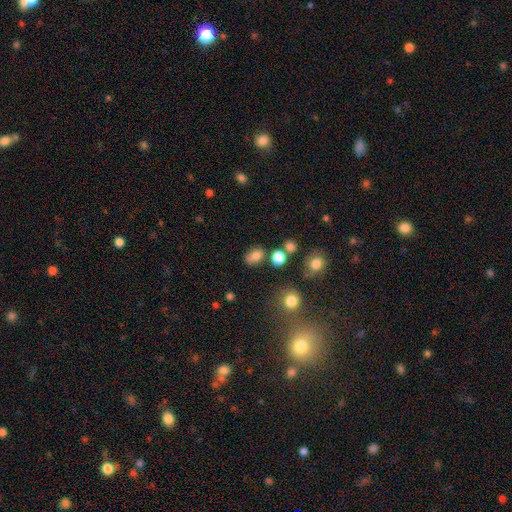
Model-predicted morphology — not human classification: This appears to be a smooth galaxy with no disk features (78%) that is in between round and cigar-shaped (73%). Merging: none (63%).